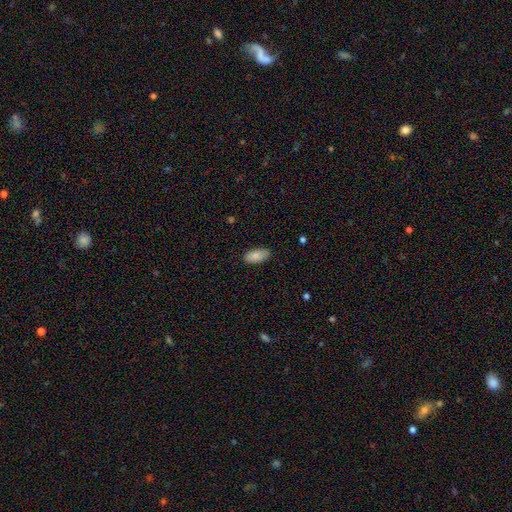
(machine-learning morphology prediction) Q: Smooth or featured?
A: smooth (86%); runner-up: featured or disk (7%)
Q: How rounded?
A: in between (93%); runner-up: cigar-shaped (5%)
Q: Merging?
A: none (87%); runner-up: minor disturbance (10%)